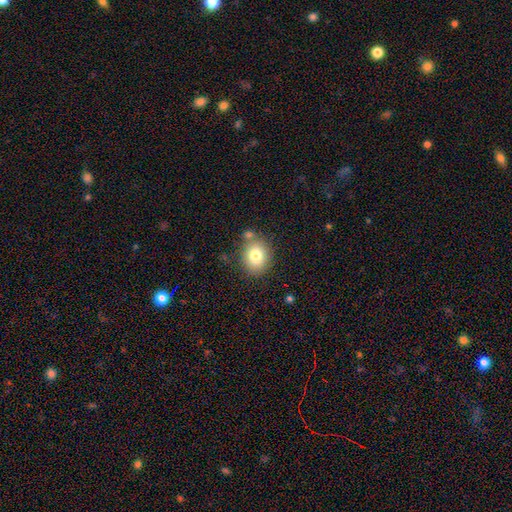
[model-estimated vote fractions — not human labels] This appears to be a smooth galaxy with no disk features (79%) that is round (60%). Merging: none (74%).